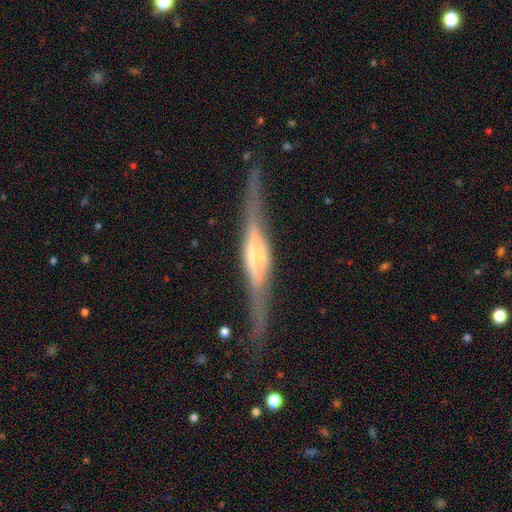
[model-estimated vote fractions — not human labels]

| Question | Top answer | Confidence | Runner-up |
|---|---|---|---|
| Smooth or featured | featured or disk | 83% | smooth (12%) |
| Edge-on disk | yes | 97% | no (3%) |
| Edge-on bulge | rounded | 72% | boxy (22%) |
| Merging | none | 83% | minor disturbance (12%) |